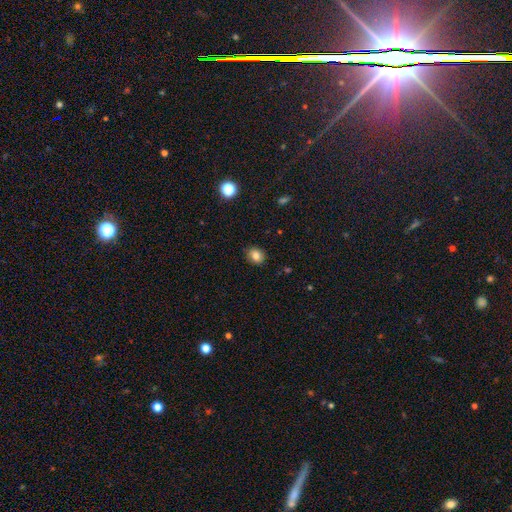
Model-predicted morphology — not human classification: Smooth or featured? Predicted: smooth (p=0.81). How rounded? Predicted: round (p=0.63). Merging? Predicted: none (p=0.89).